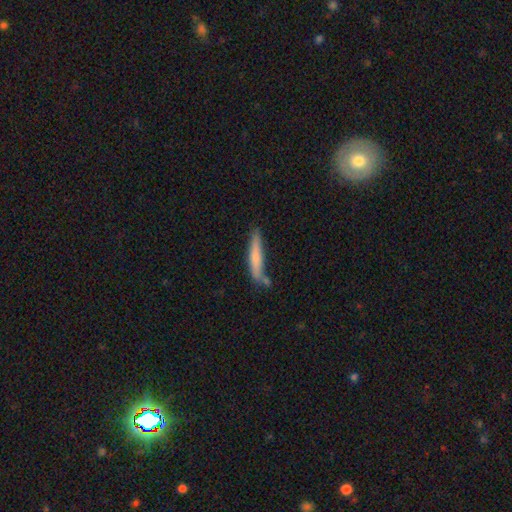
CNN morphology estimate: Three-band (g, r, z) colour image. It shows a smooth galaxy with no disk features (63%) that is cigar-shaped (92%). Merging: none (68%).